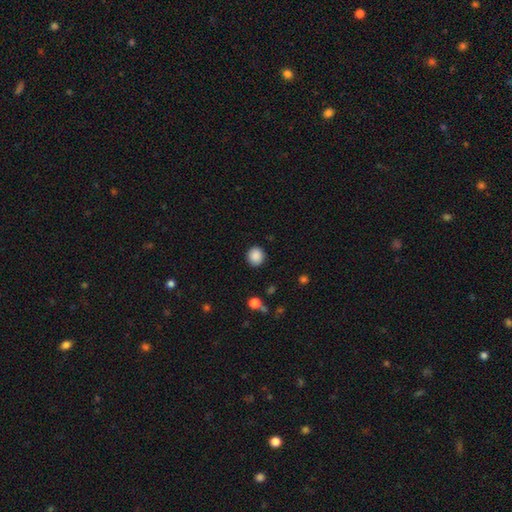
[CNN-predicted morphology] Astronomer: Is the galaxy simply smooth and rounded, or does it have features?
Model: smooth — 88%.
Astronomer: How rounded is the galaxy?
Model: round — 89%.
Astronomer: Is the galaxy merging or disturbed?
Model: none — 91%.